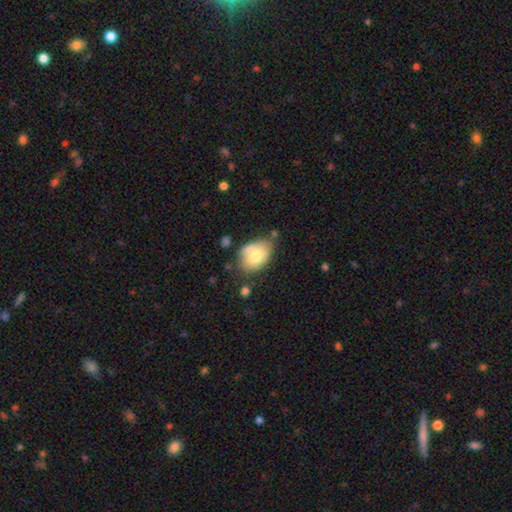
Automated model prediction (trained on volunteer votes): A smooth galaxy with no disk features (69%) that is in between round and cigar-shaped (84%). Merging: none (51%).